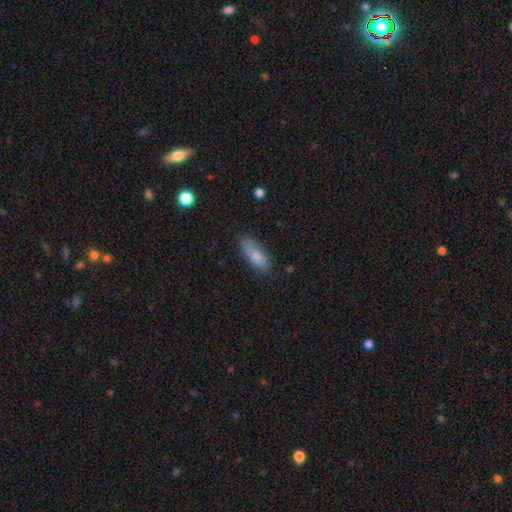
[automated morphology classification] Q: Smooth or featured?
A: smooth (81%); runner-up: featured or disk (13%)
Q: How rounded?
A: in between (69%); runner-up: cigar-shaped (29%)
Q: Merging?
A: none (72%); runner-up: minor disturbance (21%)